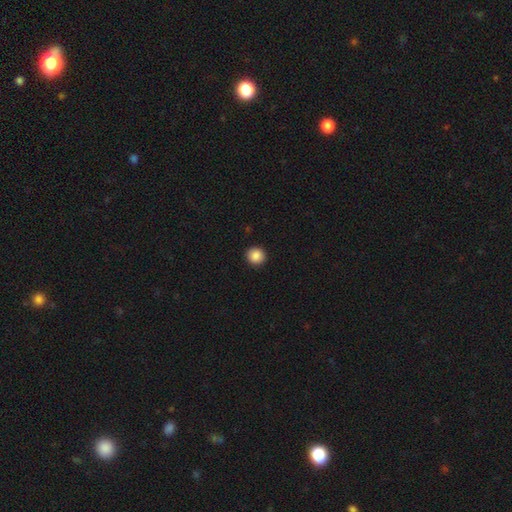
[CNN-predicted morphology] type=smooth (88%); roundness=round (91%); merging=none (92%).